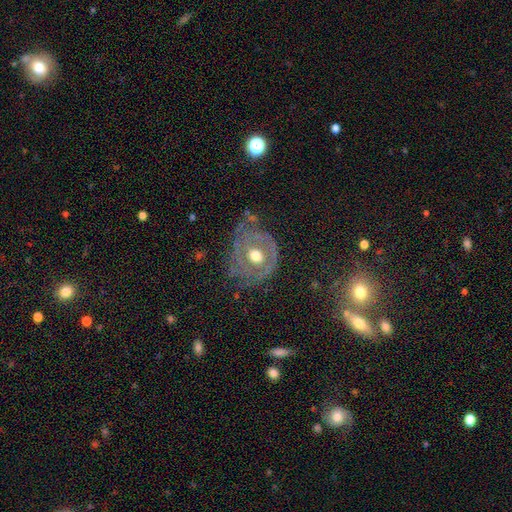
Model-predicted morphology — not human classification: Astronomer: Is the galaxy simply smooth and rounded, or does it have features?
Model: featured or disk — 66%.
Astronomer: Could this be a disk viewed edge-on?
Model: no — 95%.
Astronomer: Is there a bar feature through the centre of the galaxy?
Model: no — 83%.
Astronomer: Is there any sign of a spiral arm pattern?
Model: yes — 50%, tied with no at 50%.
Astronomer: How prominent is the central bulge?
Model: moderate — 75%.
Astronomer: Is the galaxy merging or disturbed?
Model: none — 59%.